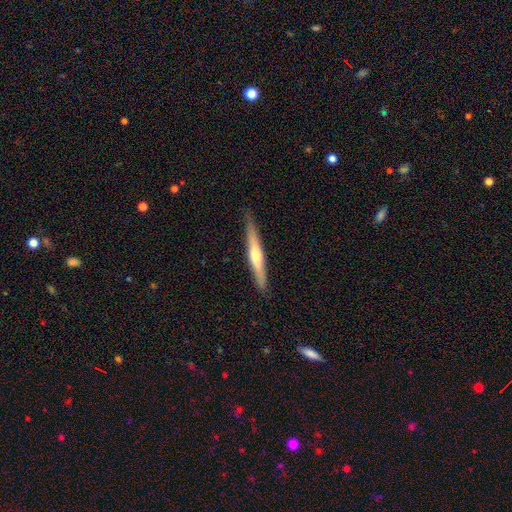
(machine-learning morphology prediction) Overall: featured or disk (56%; smooth 38%). Edge-on disk: yes (96%). Edge-on bulge: rounded (74%). Merging: none (87%).